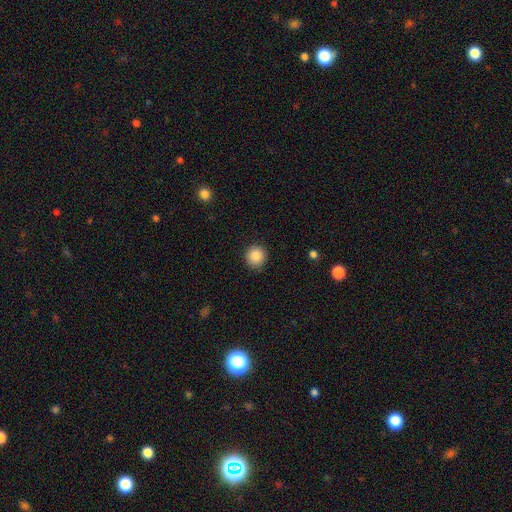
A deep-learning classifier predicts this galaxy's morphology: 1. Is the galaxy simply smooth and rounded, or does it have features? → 87% smooth, 9% star or artifact, 4% featured or disk.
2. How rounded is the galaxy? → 91% round, 8% in between, 1% cigar-shaped.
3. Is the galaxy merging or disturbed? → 89% none, 8% minor disturbance, 2% major disturbance, 1% merger.